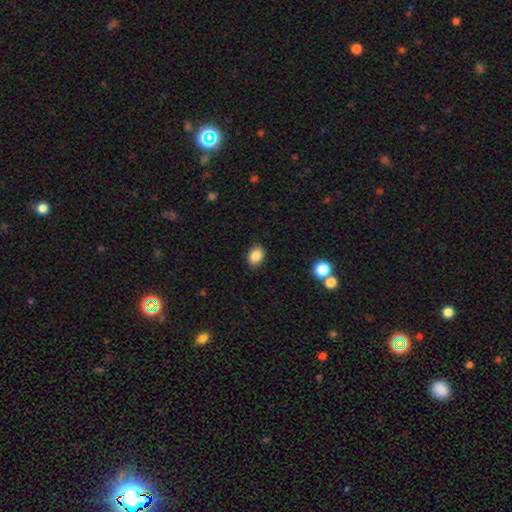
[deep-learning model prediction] A smooth galaxy with no disk features (87%) that is in between round and cigar-shaped (69%).

Vote fractions:
- Smooth or featured? smooth: 87% / star or artifact: 9% / featured or disk: 4%
- How rounded? in between: 69% / round: 30% / cigar-shaped: 1%
- Merging? none: 87% / minor disturbance: 9% / major disturbance: 2% / merger: 1%